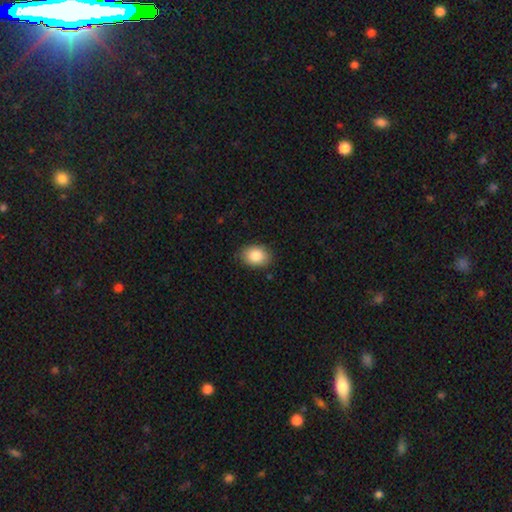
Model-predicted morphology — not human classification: The model was most divided on "how rounded": in between: 70%, round: 29%, cigar-shaped: 1%. More confident: smooth or featured — smooth (86%); merging — none (85%).